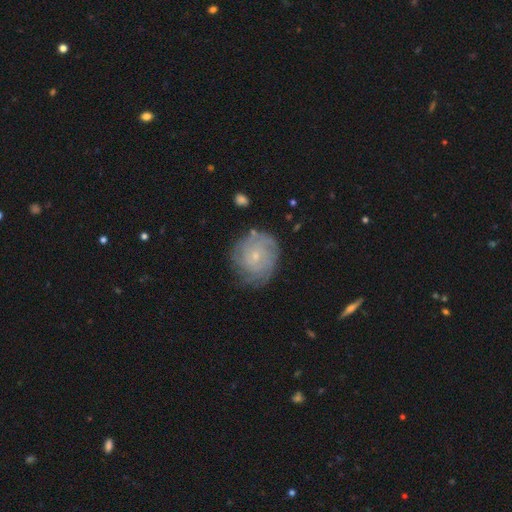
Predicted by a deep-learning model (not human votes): smooth_or_featured: featured or disk (p=0.71) [alt: smooth p=0.21]
disk_edge_on: no (p=0.97) [alt: yes p=0.03]
bar: no (p=0.75) [alt: weak p=0.22]
has_spiral_arms: yes (p=0.91) [alt: no p=0.09]
spiral_winding: tight (p=0.74) [alt: medium p=0.20]
spiral_arm_count: can't tell (p=0.42) [alt: 3 p=0.15]
bulge_size: small (p=0.81) [alt: moderate p=0.14]
merging: none (p=0.75) [alt: minor disturbance p=0.17]